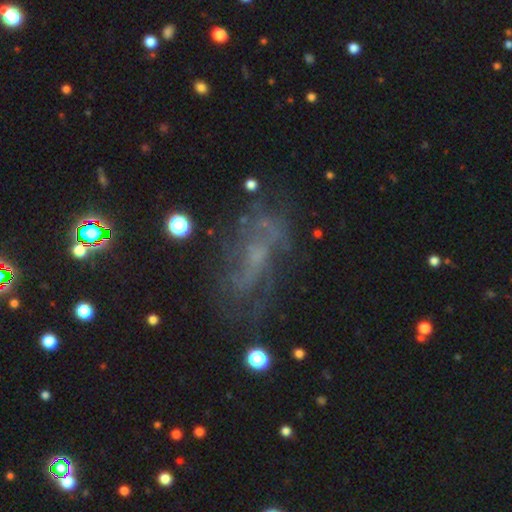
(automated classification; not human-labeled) This appears to be a featured or disk galaxy (62%) with no bar (59%), spiral arms (61%) and a small central bulge (41%). Merging: none (54%).